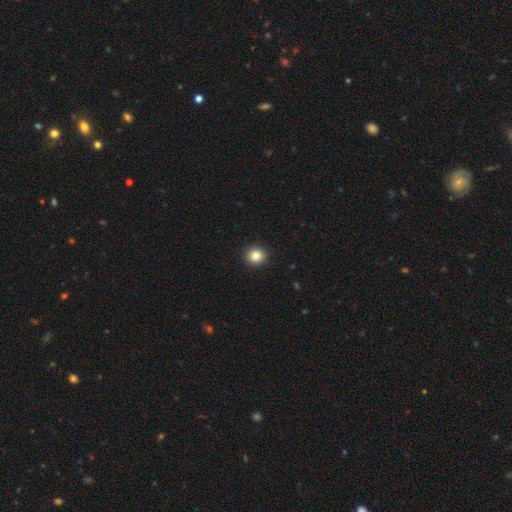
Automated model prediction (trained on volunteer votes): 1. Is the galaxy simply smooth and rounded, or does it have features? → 84% smooth, 10% star or artifact, 6% featured or disk.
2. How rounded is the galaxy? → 87% round, 12% in between, 1% cigar-shaped.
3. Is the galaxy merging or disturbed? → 93% none, 5% minor disturbance, 2% major disturbance, 1% merger.